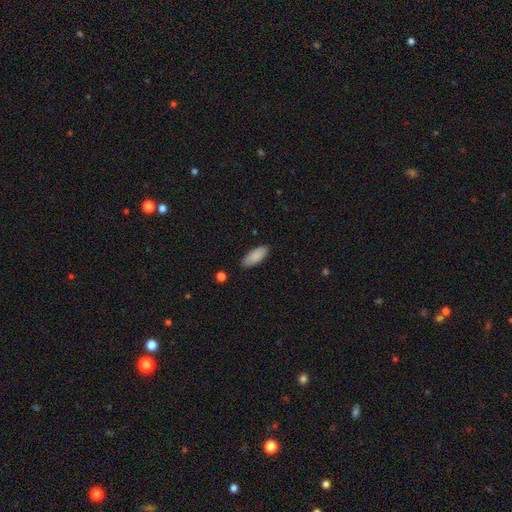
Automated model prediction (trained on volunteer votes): smooth 88%, star or artifact 6%, featured or disk 6%. Down the decision tree: how rounded — in between (81%); merging — none (85%).